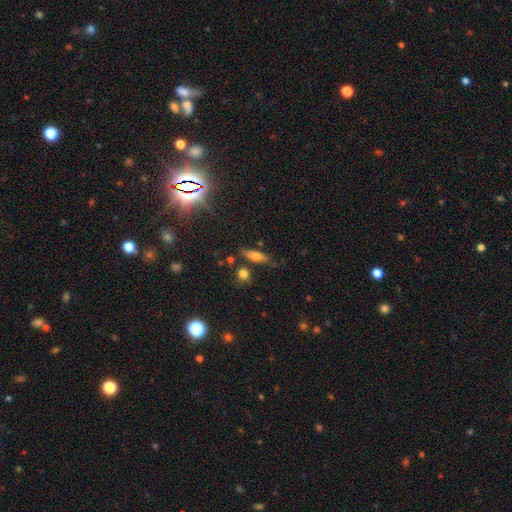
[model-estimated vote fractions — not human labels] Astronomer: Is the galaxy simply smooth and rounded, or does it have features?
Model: smooth — 56%.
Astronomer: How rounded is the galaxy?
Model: cigar-shaped — 57% (runner-up: in between, 38%).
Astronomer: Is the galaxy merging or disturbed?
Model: none — 71%.